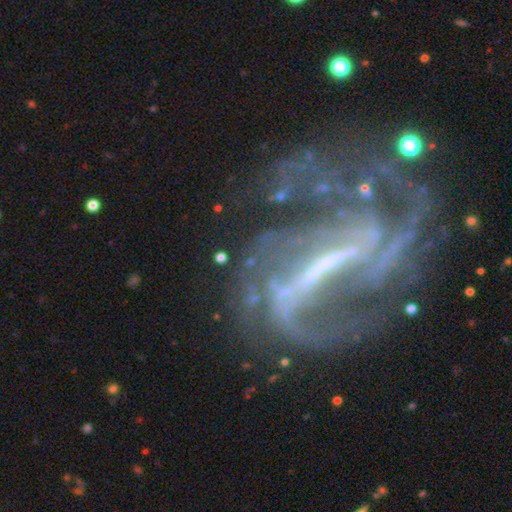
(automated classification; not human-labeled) Morphology: type=featured or disk (87%); edge-on=no (95%); bar=strong (75%); spiral arms=yes (92%); winding=medium (40%); arm count=2 (50%); bulge=small (53%); merging=none (43%).